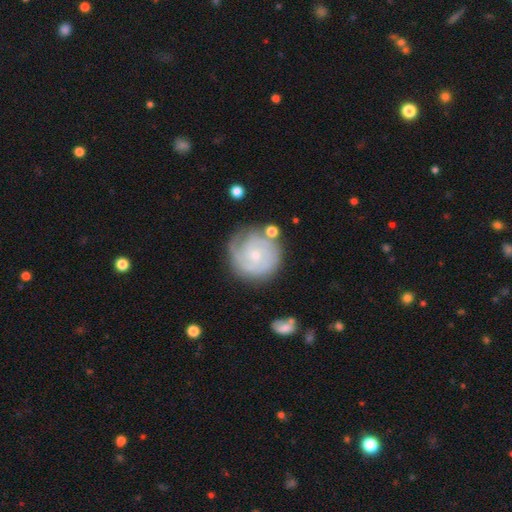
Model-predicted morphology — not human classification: featured or disk 76%, smooth 18%, star or artifact 6%. Down the decision tree: edge-on disk — no (98%); bar — no (74%); spiral arms — yes (93%); spiral arm count — can't tell (33%); spiral winding — tight (72%); bulge size — small (74%); merging — none (72%).